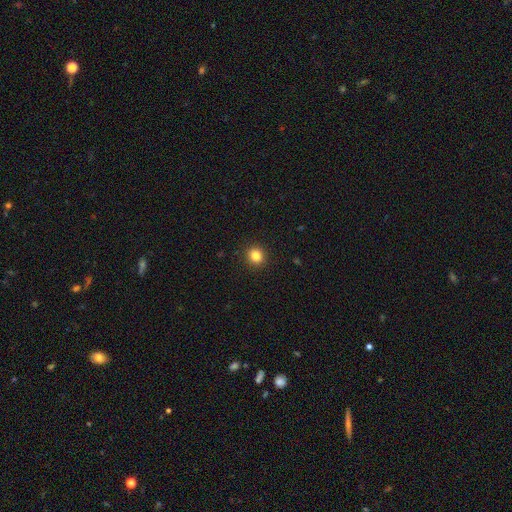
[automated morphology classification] The model was most divided on "smooth or featured": smooth: 84%, star or artifact: 11%, featured or disk: 5%. More confident: merging — none (92%); how rounded — round (87%).